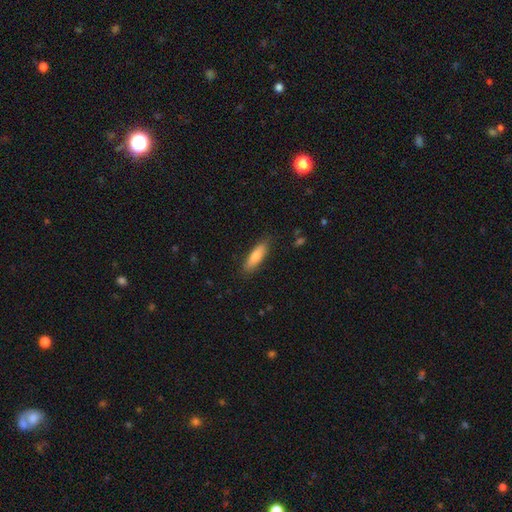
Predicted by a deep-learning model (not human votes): smooth-or-featured: smooth: 79% | featured or disk: 14% | star or artifact: 7%
  how-rounded: cigar-shaped: 60% | in between: 38% | round: 2%
  merging: none: 86% | minor disturbance: 10% | major disturbance: 2% | merger: 1%